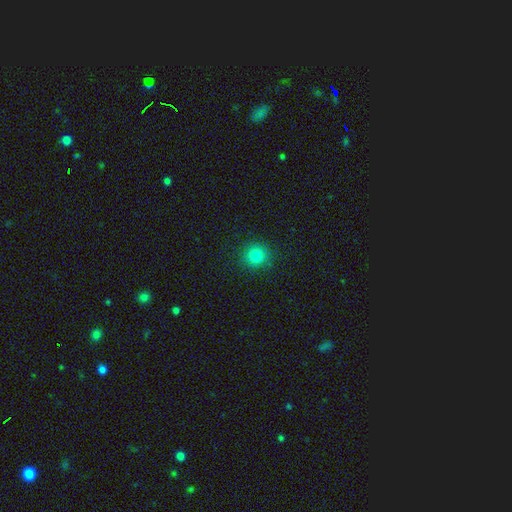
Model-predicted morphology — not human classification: Overall: smooth (82%). How rounded: round (93%). Merging: none (91%).